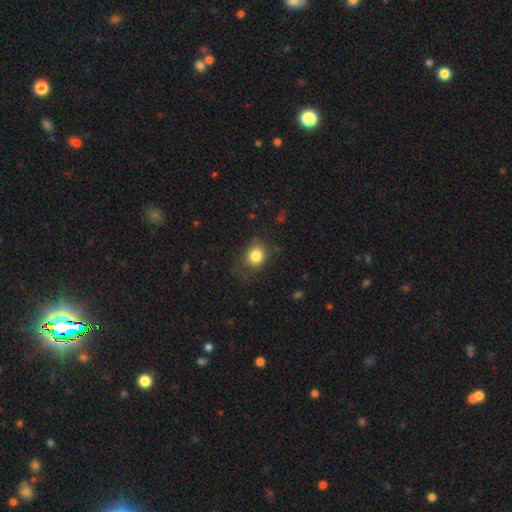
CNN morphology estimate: Smooth or featured? Predicted: smooth (p=0.83). How rounded? Predicted: round (p=0.65). Merging? Predicted: none (p=0.67).